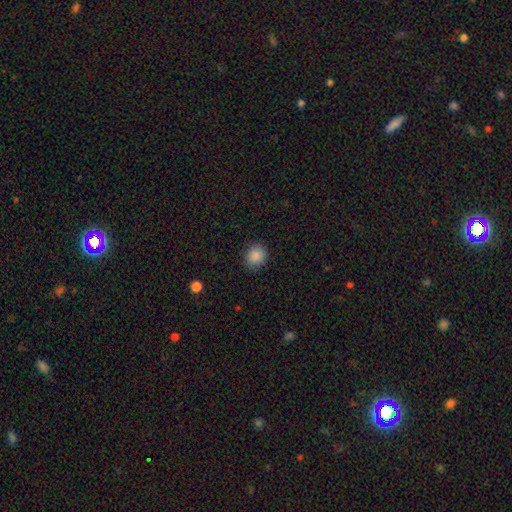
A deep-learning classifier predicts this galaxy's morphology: Smooth or featured: smooth — 87% (star or artifact — 9%)
How rounded: round — 72% (in between — 27%)
Merging: none — 87% (minor disturbance — 9%)